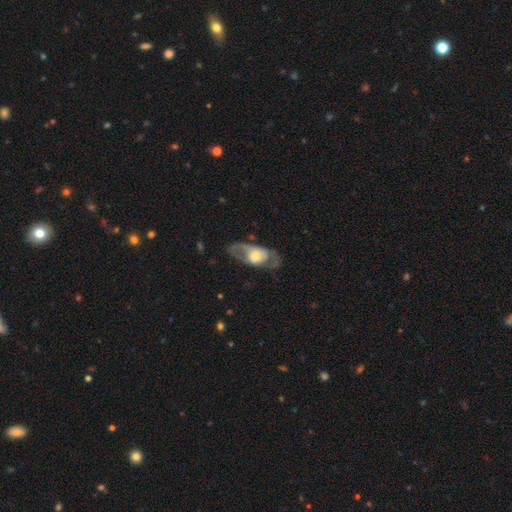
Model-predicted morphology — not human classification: A featured or disk galaxy (65%) with no bar (73%), spiral arms (56%) and a moderate central bulge (52%). Merging: none (61%).